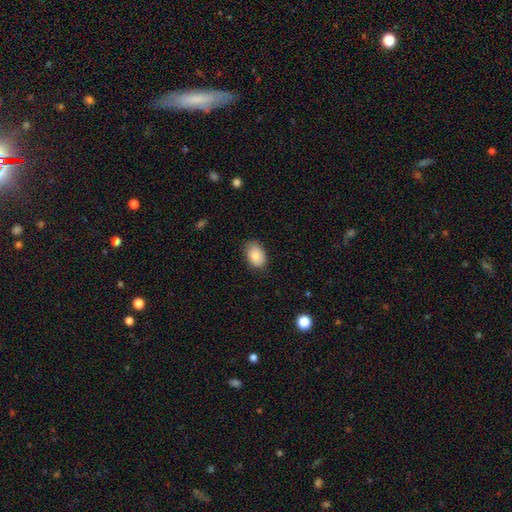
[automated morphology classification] smooth_or_featured: smooth (p=0.86) [alt: star or artifact p=0.07]
how_rounded: in between (p=0.86) [alt: round p=0.13]
merging: none (p=0.82) [alt: minor disturbance p=0.14]